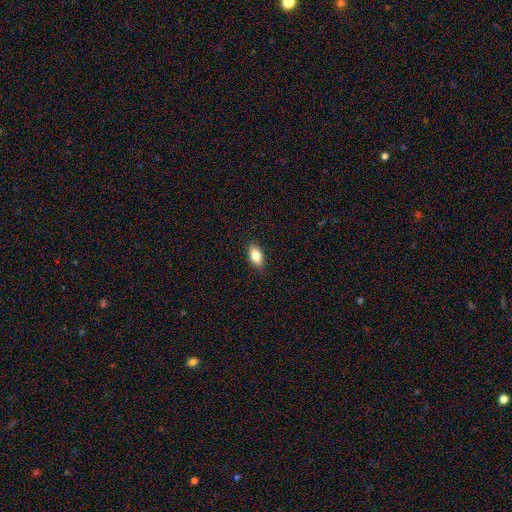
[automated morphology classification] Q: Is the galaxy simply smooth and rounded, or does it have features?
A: smooth — 79%.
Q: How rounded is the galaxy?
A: in between — 88%.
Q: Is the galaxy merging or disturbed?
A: none — 89%.